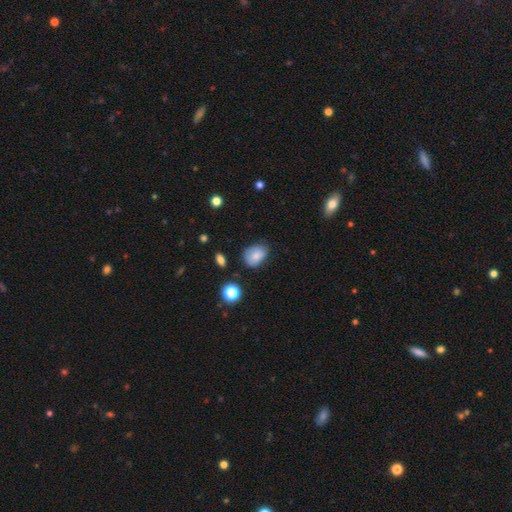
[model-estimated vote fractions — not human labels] This appears to be a smooth galaxy with no disk features (81%) that is in between round and cigar-shaped (72%). Merging: none (65%).